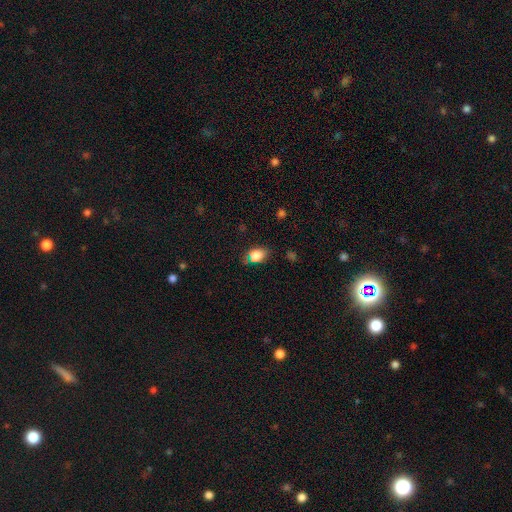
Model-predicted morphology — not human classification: A smooth galaxy with no disk features (82%) that is in between round and cigar-shaped (80%). Merging: none (71%).